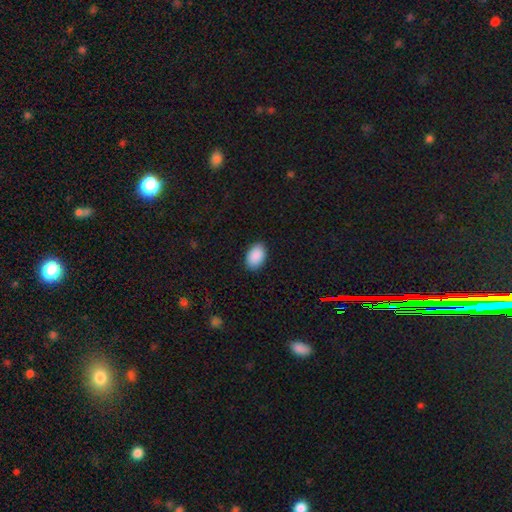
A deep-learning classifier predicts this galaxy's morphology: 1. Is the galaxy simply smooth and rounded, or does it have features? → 91% smooth, 7% star or artifact, 2% featured or disk.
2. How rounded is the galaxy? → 91% in between, 8% round, 1% cigar-shaped.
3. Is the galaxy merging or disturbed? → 89% none, 8% minor disturbance, 2% major disturbance, 1% merger.